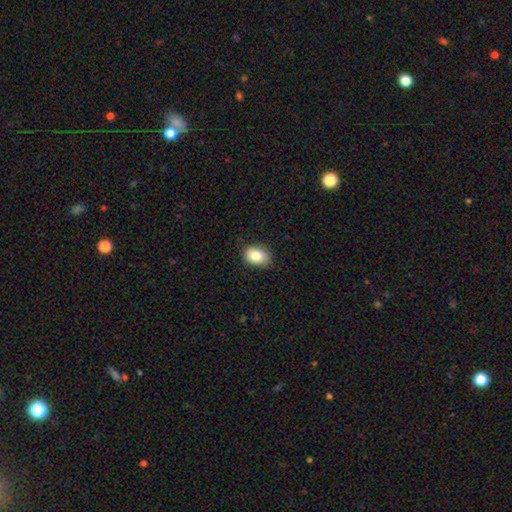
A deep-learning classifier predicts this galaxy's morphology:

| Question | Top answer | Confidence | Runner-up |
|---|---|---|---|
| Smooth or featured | smooth | 85% | star or artifact (8%) |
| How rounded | in between | 77% | round (22%) |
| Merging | none | 84% | minor disturbance (12%) |